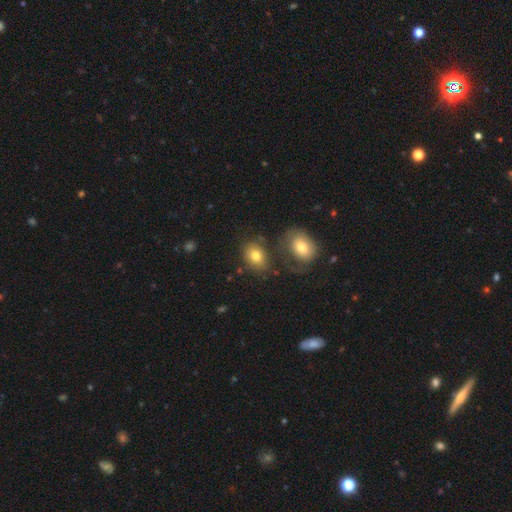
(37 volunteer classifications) smooth 97%, featured or disk 3%, star or artifact 0%. Down the decision tree: how rounded — in between (83%); merging — none (54%).